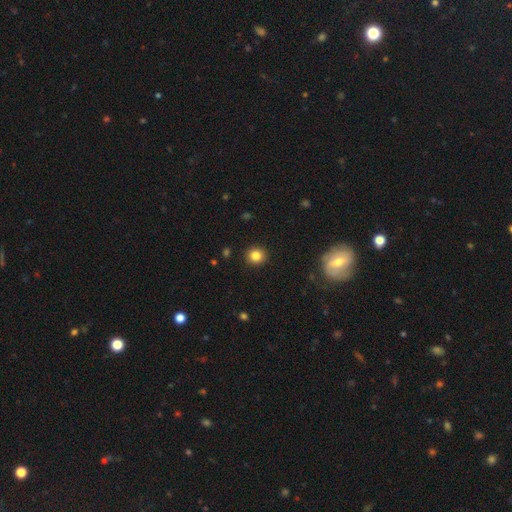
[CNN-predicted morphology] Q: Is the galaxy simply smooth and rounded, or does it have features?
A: smooth — 83%.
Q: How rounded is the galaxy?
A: round — 89%.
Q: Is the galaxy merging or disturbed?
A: none — 92%.